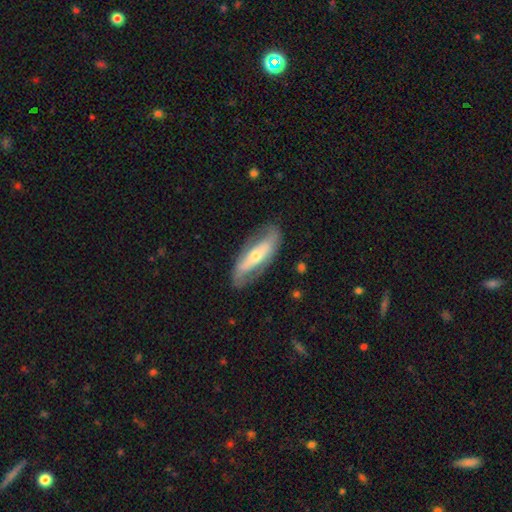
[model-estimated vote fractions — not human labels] featured or disk 65%, smooth 30%, star or artifact 5%. Down the decision tree: edge-on disk — no (75%); merging — none (74%).